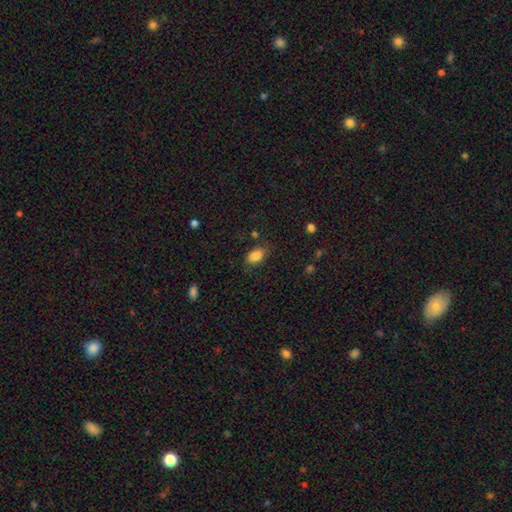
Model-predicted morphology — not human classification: Smooth or featured? smooth (85%)
How rounded? in between (89%)
Merging? none (76%)